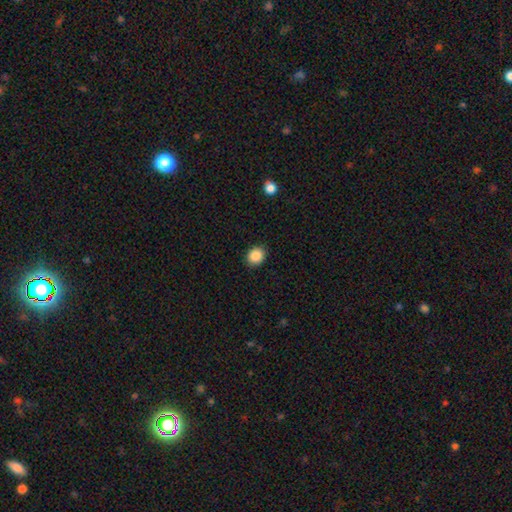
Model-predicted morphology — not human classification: Smooth or featured? Predicted: smooth (p=0.88). How rounded? Predicted: round (p=0.74). Merging? Predicted: none (p=0.91).